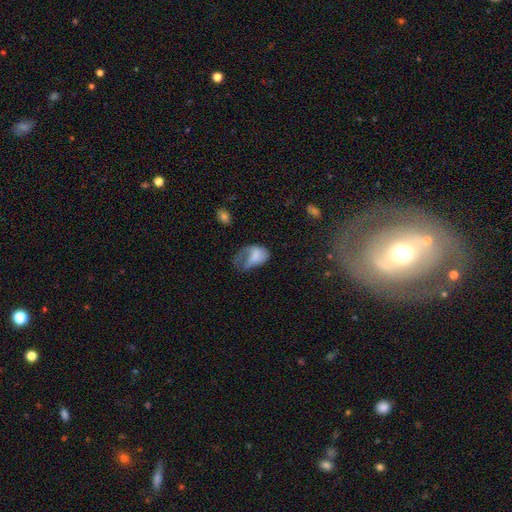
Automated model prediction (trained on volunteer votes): Morphology: type=smooth (59%); roundness=in between (84%); merging=major disturbance (54%).